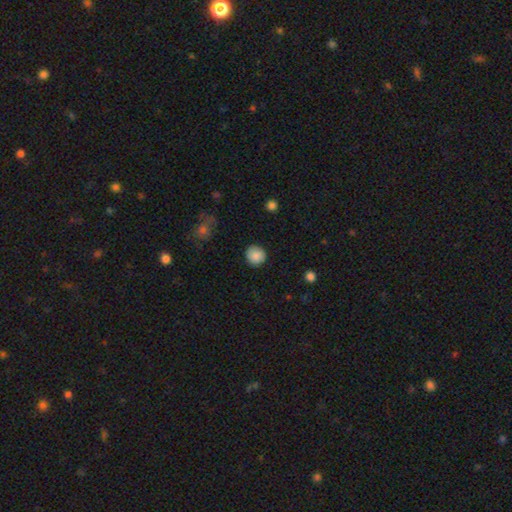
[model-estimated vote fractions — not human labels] smooth-or-featured: smooth: 87% | star or artifact: 8% | featured or disk: 5%
  how-rounded: round: 91% | in between: 8% | cigar-shaped: 1%
  merging: none: 87% | minor disturbance: 9% | major disturbance: 2% | merger: 1%